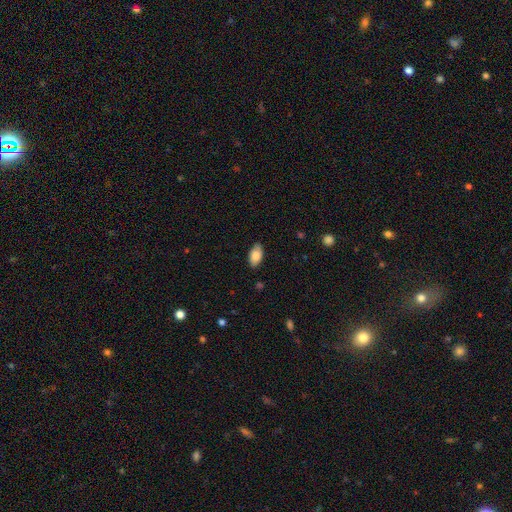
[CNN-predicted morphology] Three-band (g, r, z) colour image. It shows a smooth galaxy with no disk features (81%) that is in between round and cigar-shaped (94%). Merging: none (81%).